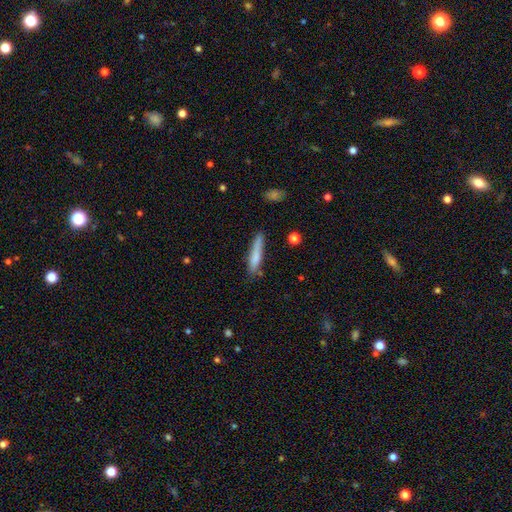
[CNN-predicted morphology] type=smooth (74%); roundness=cigar-shaped (89%); merging=none (73%).